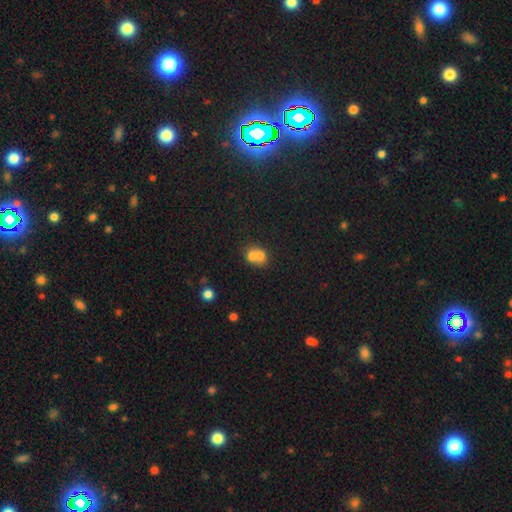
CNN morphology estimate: Smooth or featured? smooth (68%)
How rounded? round (62%)
Merging? merger (68%)